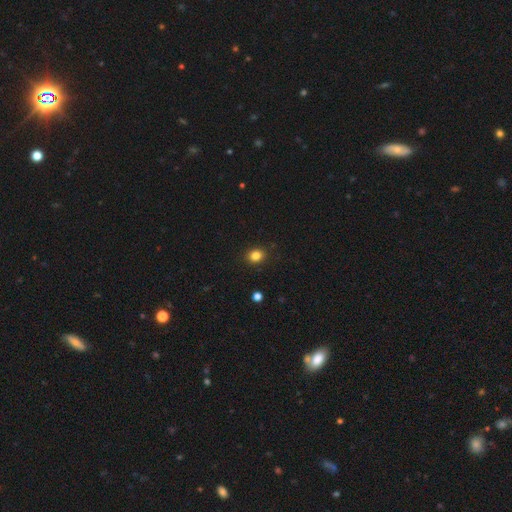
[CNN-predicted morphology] A smooth galaxy with no disk features (83%) that is round (64%).

Vote fractions:
- Smooth or featured? smooth: 83% / star or artifact: 12% / featured or disk: 5%
- How rounded? round: 64% / in between: 35% / cigar-shaped: 1%
- Merging? none: 90% / minor disturbance: 7% / major disturbance: 2% / merger: 1%